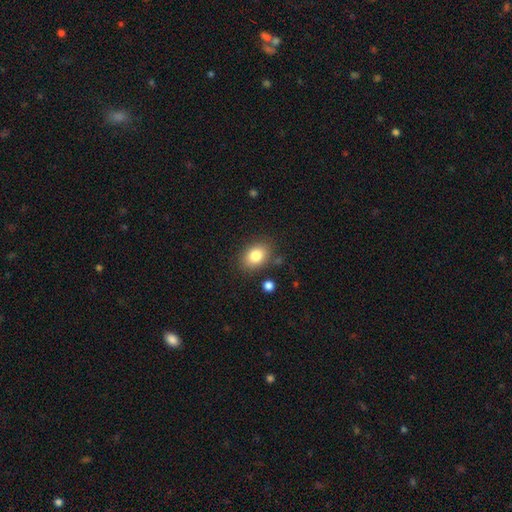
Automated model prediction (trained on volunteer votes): Overall: smooth (83%). How rounded: in between (73%). Merging: none (82%).